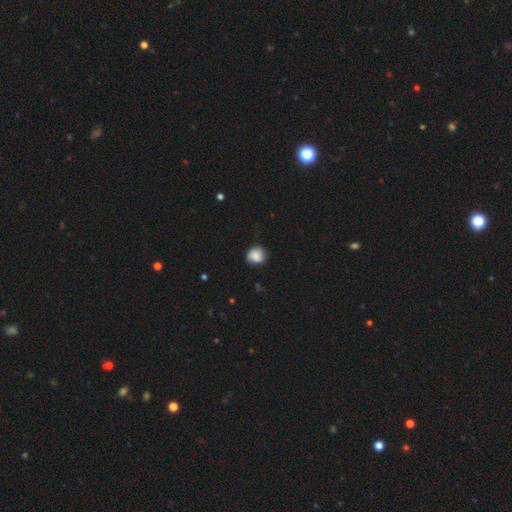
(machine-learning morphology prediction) smooth_or_featured: smooth (p=0.83) [alt: featured or disk p=0.09]
how_rounded: round (p=0.81) [alt: in between p=0.18]
merging: none (p=0.75) [alt: minor disturbance p=0.19]